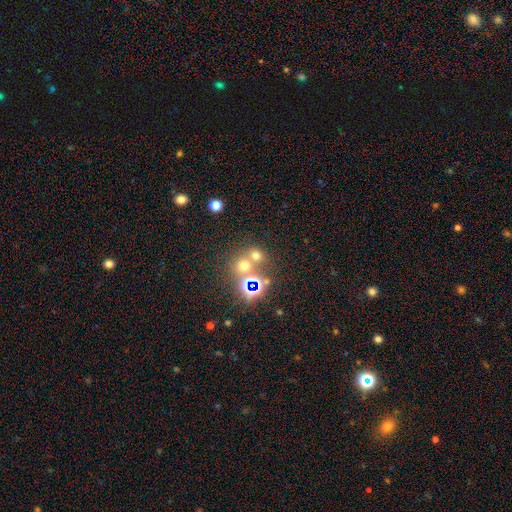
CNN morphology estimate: A smooth galaxy with no disk features (56%) that is round (80%). Merging: none (57%).